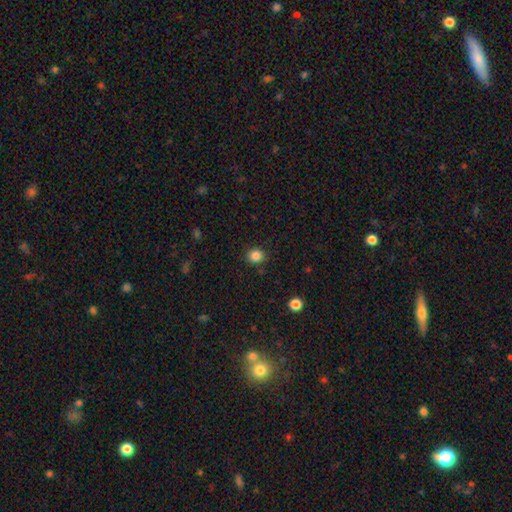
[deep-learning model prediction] smooth-or-featured: smooth: 85% | star or artifact: 11% | featured or disk: 3%
  how-rounded: round: 76% | in between: 23% | cigar-shaped: 1%
  merging: none: 88% | minor disturbance: 8% | major disturbance: 2% | merger: 1%